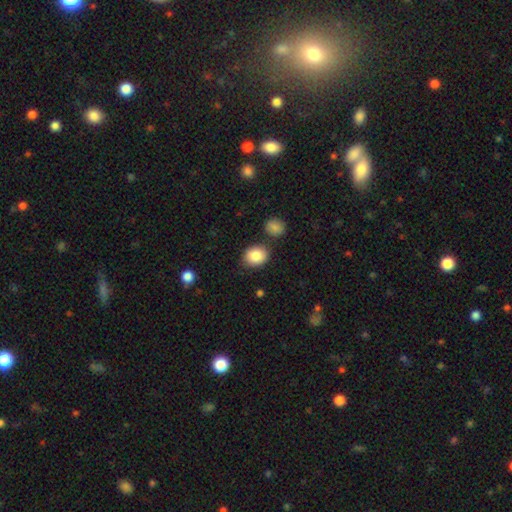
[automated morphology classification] Smooth or featured? Predicted: smooth (p=0.86). How rounded? Predicted: round (p=0.51). Merging? Predicted: none (p=0.79).